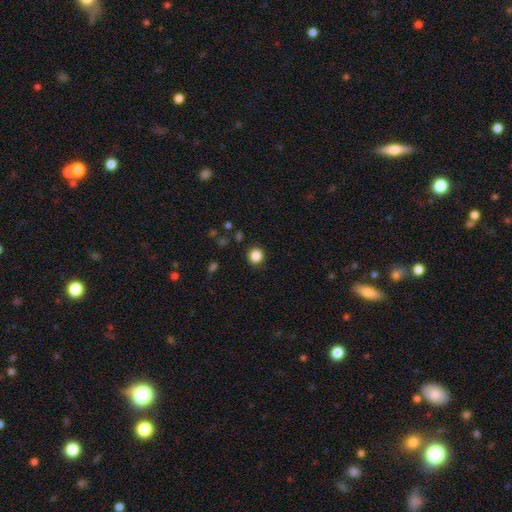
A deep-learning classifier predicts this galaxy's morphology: This appears to be a smooth galaxy with no disk features (85%) that is round (92%). Merging: none (91%).